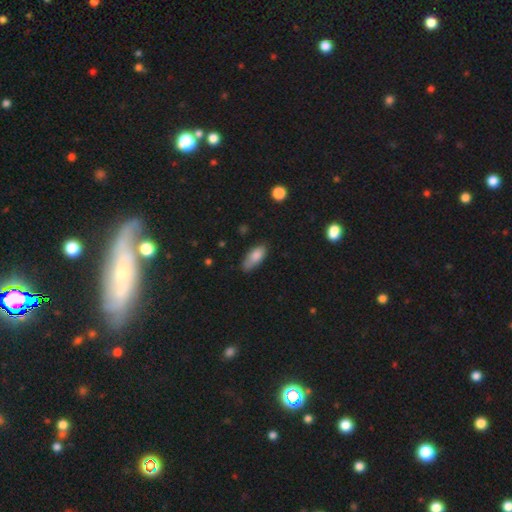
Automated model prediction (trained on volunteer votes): Q: Smooth or featured?
A: smooth (82%); runner-up: featured or disk (10%)
Q: How rounded?
A: in between (80%); runner-up: cigar-shaped (17%)
Q: Merging?
A: none (60%); runner-up: minor disturbance (30%)